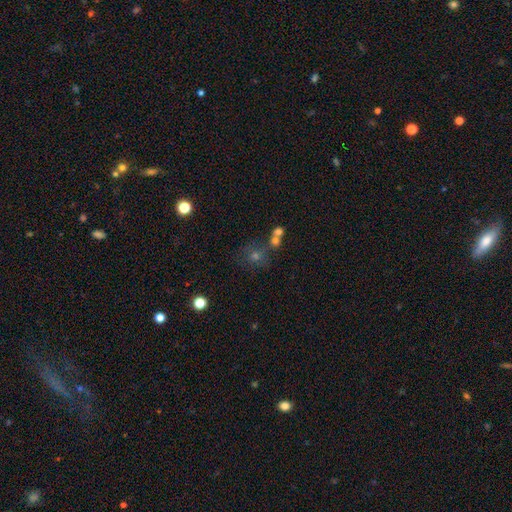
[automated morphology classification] Smooth or featured? Predicted: smooth (p=0.51). How rounded? Predicted: round (p=0.87). Merging? Predicted: none (p=0.63).